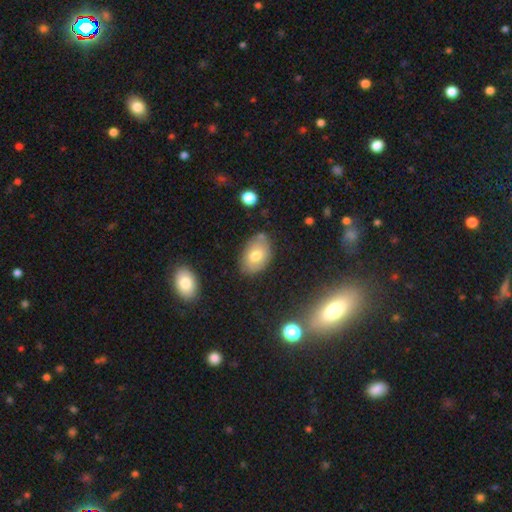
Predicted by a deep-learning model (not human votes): smooth 71%, featured or disk 19%, star or artifact 9%. Down the decision tree: how rounded — in between (88%); merging — none (74%).